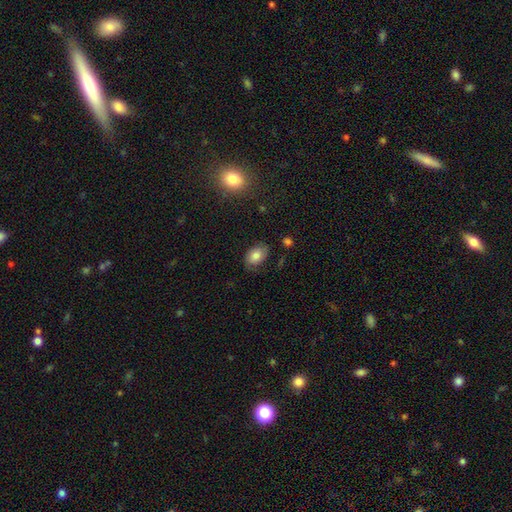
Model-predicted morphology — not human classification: smooth-or-featured: smooth: 69% | featured or disk: 21% | star or artifact: 9%
  how-rounded: in between: 83% | round: 16% | cigar-shaped: 1%
  merging: none: 69% | minor disturbance: 22% | major disturbance: 7% | merger: 2%